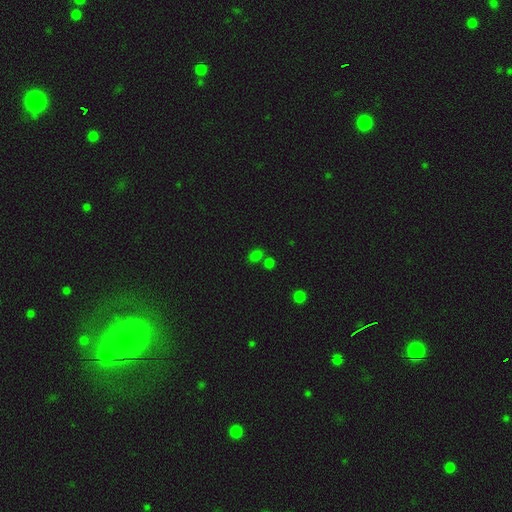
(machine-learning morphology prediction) type=smooth (68%); roundness=in between (61%); merging=none (64%).